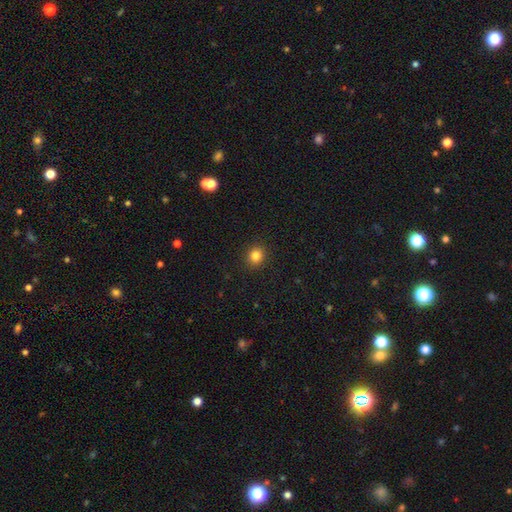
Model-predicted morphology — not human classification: smooth-or-featured: smooth: 84% | star or artifact: 12% | featured or disk: 5%
  how-rounded: round: 82% | in between: 17% | cigar-shaped: 1%
  merging: none: 92% | minor disturbance: 6% | major disturbance: 2% | merger: 1%